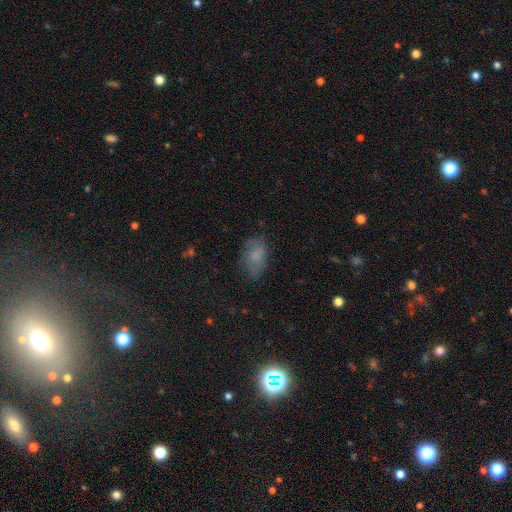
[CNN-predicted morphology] Smooth or featured? smooth (69%)
How rounded? in between (89%)
Merging? none (62%)